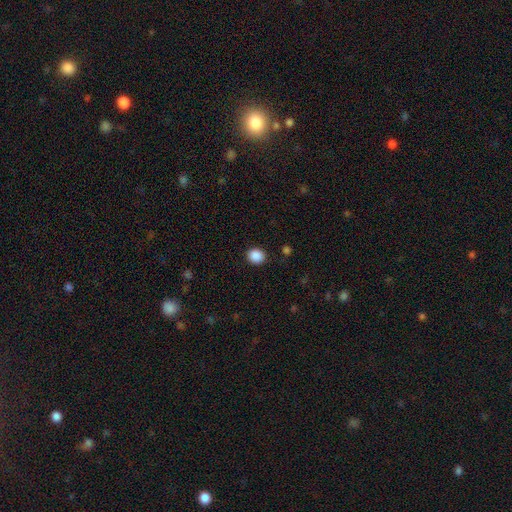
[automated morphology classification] smooth 88%, star or artifact 9%, featured or disk 3%. Down the decision tree: how rounded — round (75%); merging — none (89%).